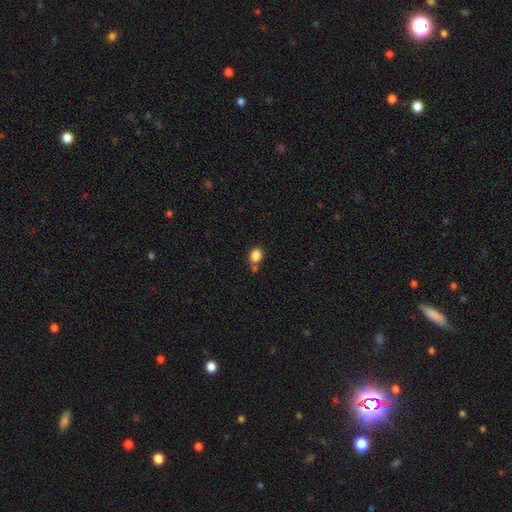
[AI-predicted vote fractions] Q: Smooth or featured?
A: smooth (85%); runner-up: star or artifact (10%)
Q: How rounded?
A: in between (58%); runner-up: round (41%)
Q: Merging?
A: none (64%); runner-up: merger (18%)